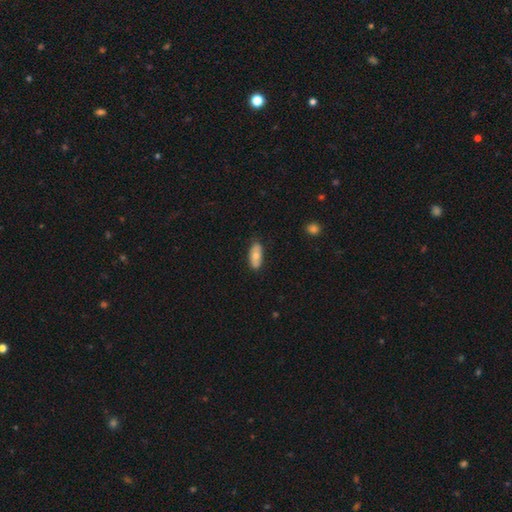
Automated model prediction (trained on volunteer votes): The model was most divided on "smooth or featured": smooth: 71%, featured or disk: 23%, star or artifact: 6%. More confident: how rounded — in between (83%); merging — none (81%).